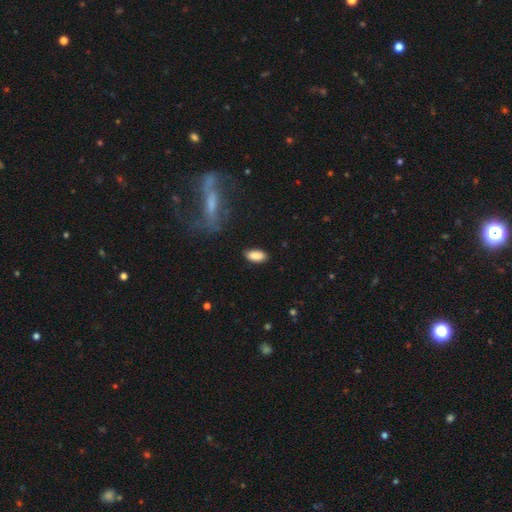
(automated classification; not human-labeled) Smooth or featured? smooth (87%)
How rounded? in between (90%)
Merging? none (84%)